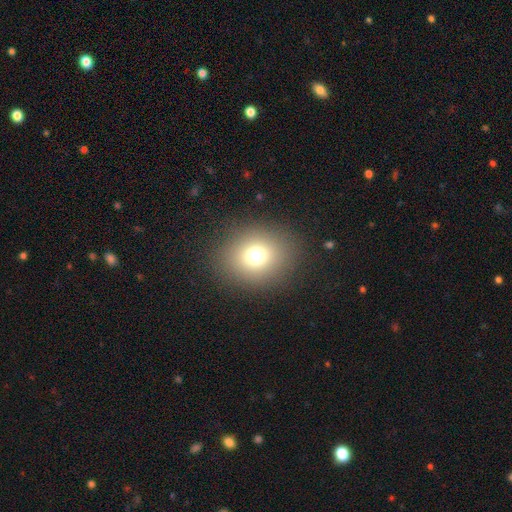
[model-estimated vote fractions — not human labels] Q: Smooth or featured?
A: smooth (73%); runner-up: star or artifact (17%)
Q: How rounded?
A: round (71%); runner-up: in between (28%)
Q: Merging?
A: none (88%); runner-up: minor disturbance (7%)